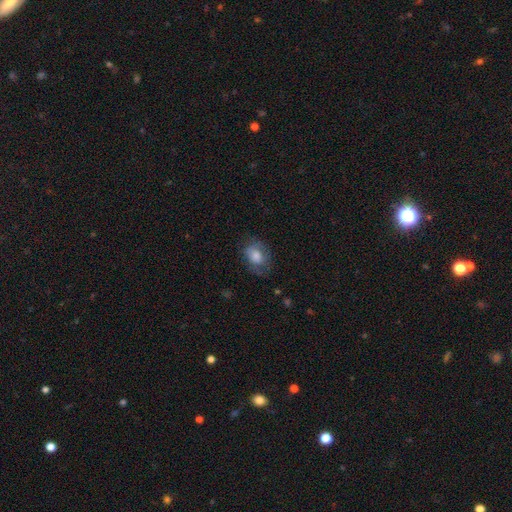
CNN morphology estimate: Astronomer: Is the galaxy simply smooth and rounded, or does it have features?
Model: smooth — 72%.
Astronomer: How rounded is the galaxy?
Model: in between — 72%.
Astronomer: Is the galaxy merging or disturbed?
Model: none — 61%.